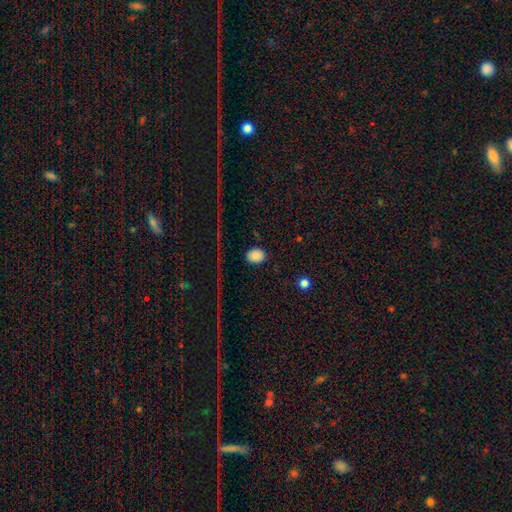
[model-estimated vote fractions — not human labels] This is clearly a smooth galaxy (83%). How rounded: likely in between (64%). Merging: clearly none (86%).